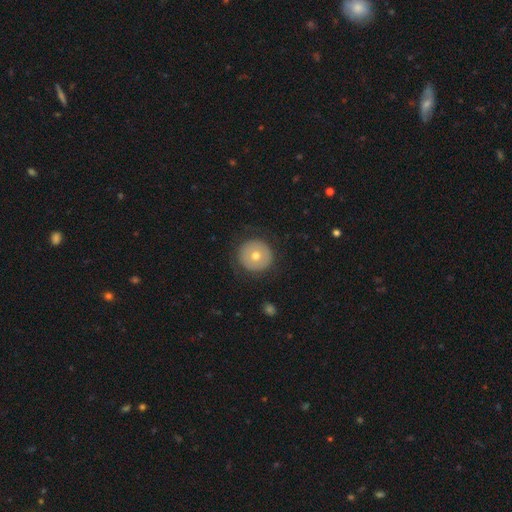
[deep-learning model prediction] smooth-or-featured: smooth: 62% | featured or disk: 29% | star or artifact: 8%
  how-rounded: round: 95% | in between: 4% | cigar-shaped: 1%
  merging: none: 87% | minor disturbance: 9% | major disturbance: 3% | merger: 1%